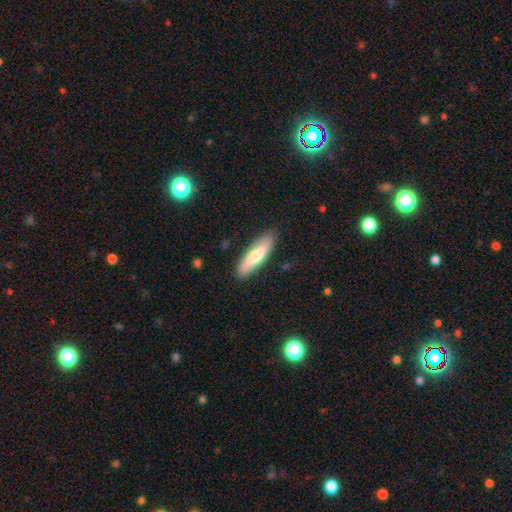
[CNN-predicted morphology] type=smooth (65%); roundness=cigar-shaped (66%); merging=none (87%).